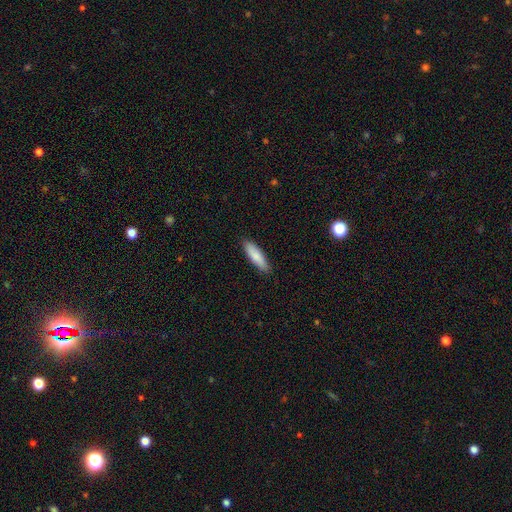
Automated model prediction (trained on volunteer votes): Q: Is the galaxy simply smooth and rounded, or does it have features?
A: smooth — 85%.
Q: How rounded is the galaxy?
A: cigar-shaped — 58%.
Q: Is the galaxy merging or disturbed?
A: none — 89%.